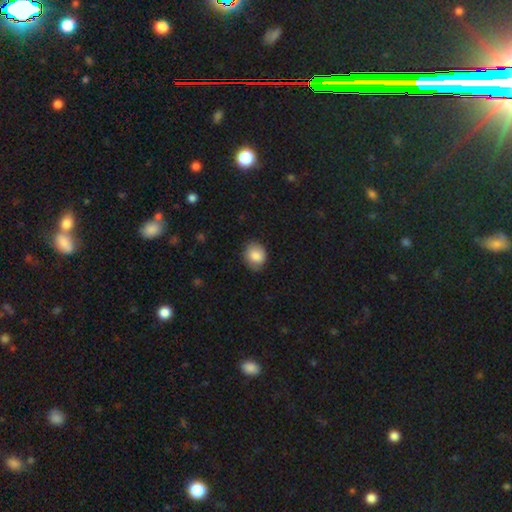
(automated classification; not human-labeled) smooth 83%, featured or disk 9%, star or artifact 8%. Down the decision tree: how rounded — round (54%); merging — none (79%).